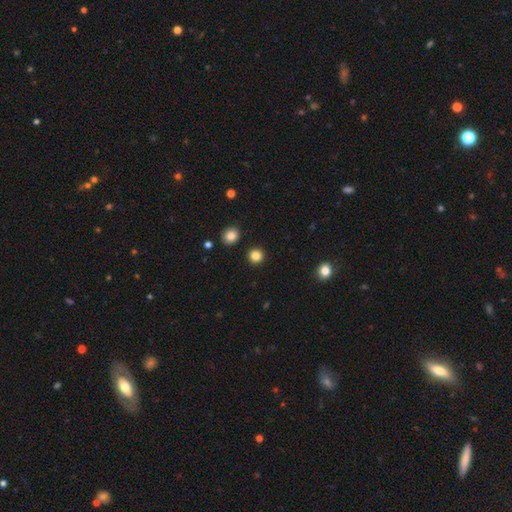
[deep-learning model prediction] Q: Smooth or featured?
A: smooth (84%); runner-up: star or artifact (12%)
Q: How rounded?
A: round (94%); runner-up: in between (5%)
Q: Merging?
A: none (92%); runner-up: minor disturbance (4%)